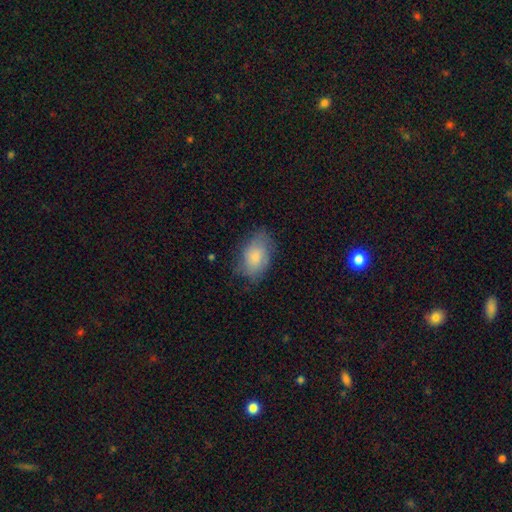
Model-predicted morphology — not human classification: A smooth galaxy with no disk features (75%) that is in between round and cigar-shaped (88%). Merging: none (70%).